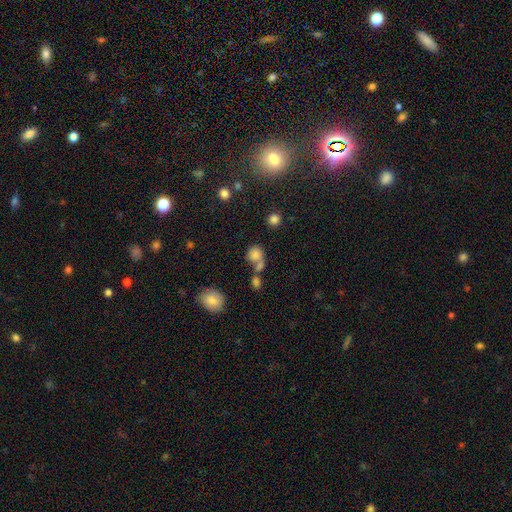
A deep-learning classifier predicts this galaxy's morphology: Overall: smooth (78%). How rounded: round (75%). Merging: merger (45%; none 37%).